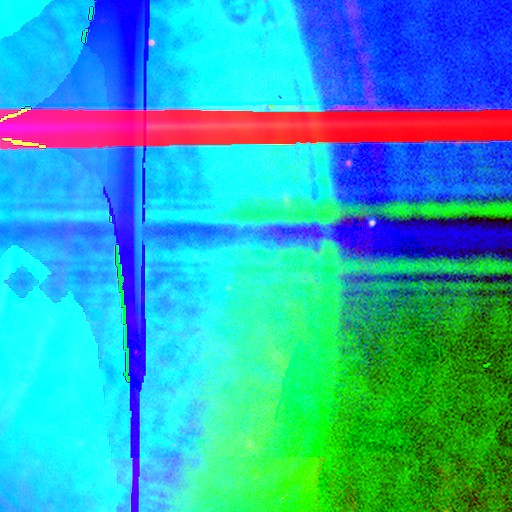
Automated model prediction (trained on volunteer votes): A star or artifact, not a galaxy (89%).